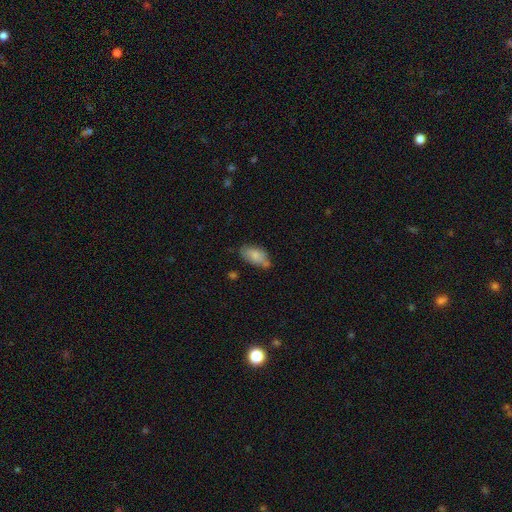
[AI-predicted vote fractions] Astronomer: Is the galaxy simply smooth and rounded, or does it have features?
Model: smooth — 77%.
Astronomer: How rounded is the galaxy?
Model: in between — 93%.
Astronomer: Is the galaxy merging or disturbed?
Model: none — 56%.